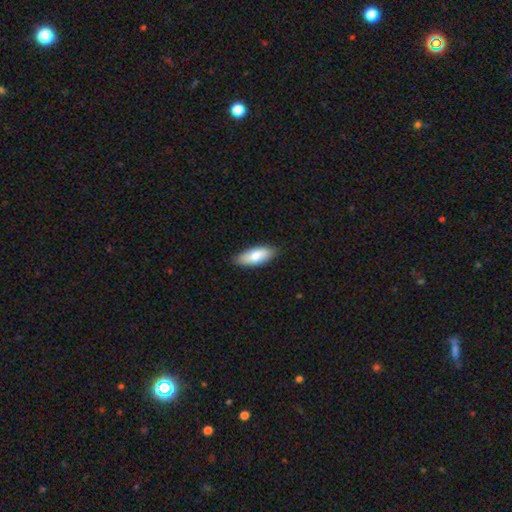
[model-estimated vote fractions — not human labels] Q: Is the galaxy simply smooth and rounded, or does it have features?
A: smooth — 77%.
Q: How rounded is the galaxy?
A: in between — 78%.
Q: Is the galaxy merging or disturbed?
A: none — 85%.